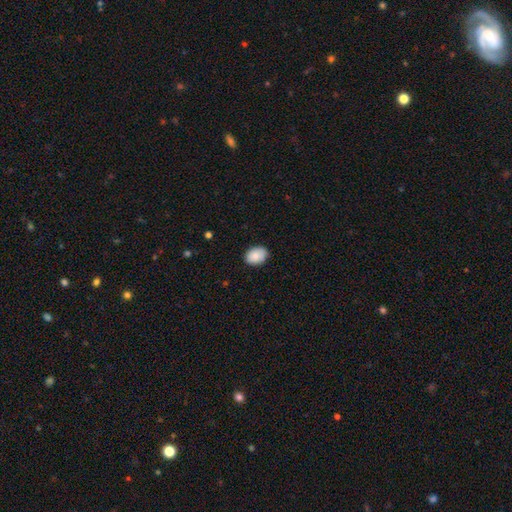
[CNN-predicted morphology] Smooth or featured?
  - smooth: 87% *
  - star or artifact: 7%
  - featured or disk: 6%
How rounded?
  - in between: 76% *
  - round: 23%
  - cigar-shaped: 1%
Merging?
  - none: 81% *
  - minor disturbance: 16%
  - major disturbance: 2%
  - merger: 1%